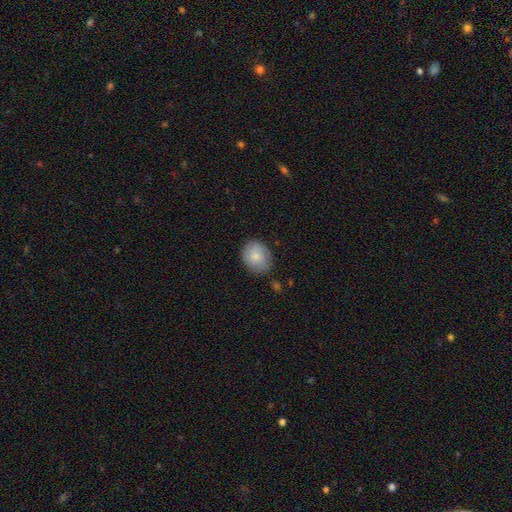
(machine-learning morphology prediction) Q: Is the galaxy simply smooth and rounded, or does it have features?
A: smooth — 76%.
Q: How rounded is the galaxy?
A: round — 53%.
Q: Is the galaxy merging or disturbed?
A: none — 75%.